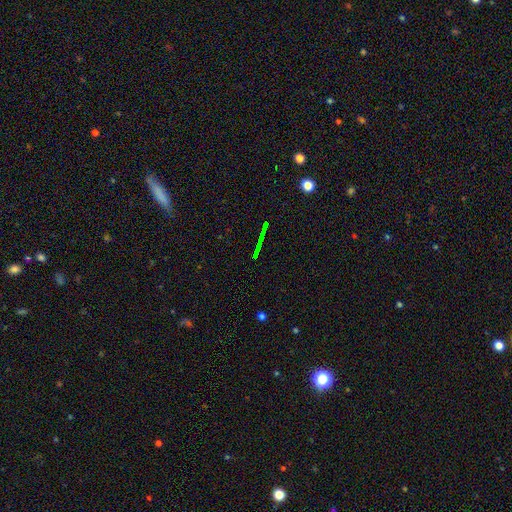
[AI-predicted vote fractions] Smooth or featured: star or artifact — 70% (featured or disk — 16%)